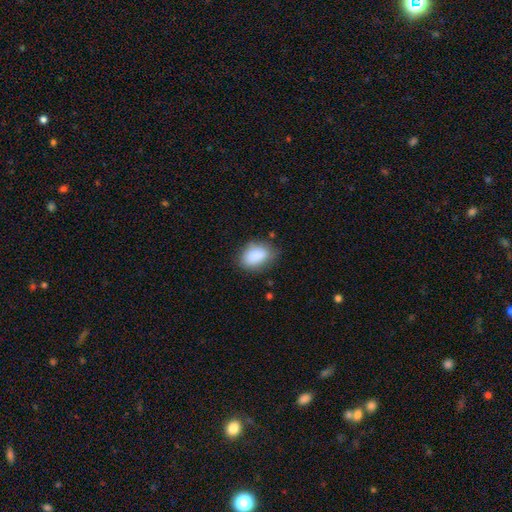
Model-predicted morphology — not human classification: Smooth or featured? smooth (88%)
How rounded? in between (85%)
Merging? none (72%)